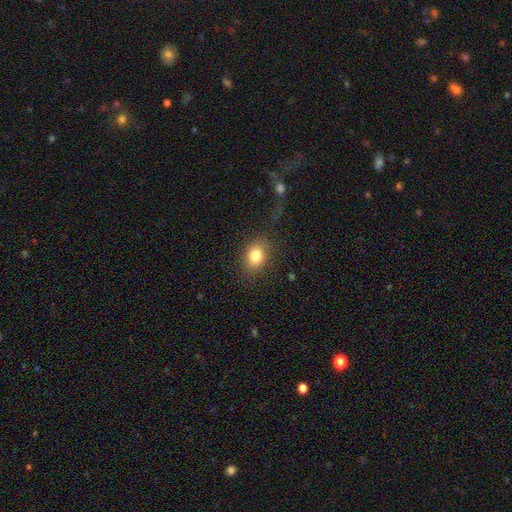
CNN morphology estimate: type=smooth (83%); roundness=in between (59%); merging=none (78%).